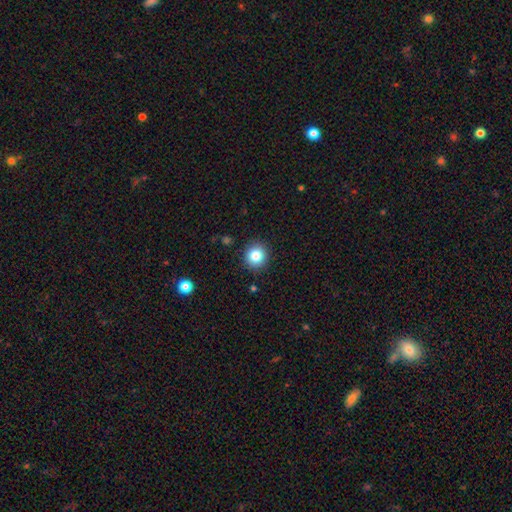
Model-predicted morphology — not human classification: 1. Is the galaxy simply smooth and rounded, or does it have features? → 83% smooth, 11% star or artifact, 6% featured or disk.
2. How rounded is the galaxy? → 91% round, 8% in between, 1% cigar-shaped.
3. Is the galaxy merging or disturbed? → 90% none, 6% minor disturbance, 2% major disturbance, 1% merger.